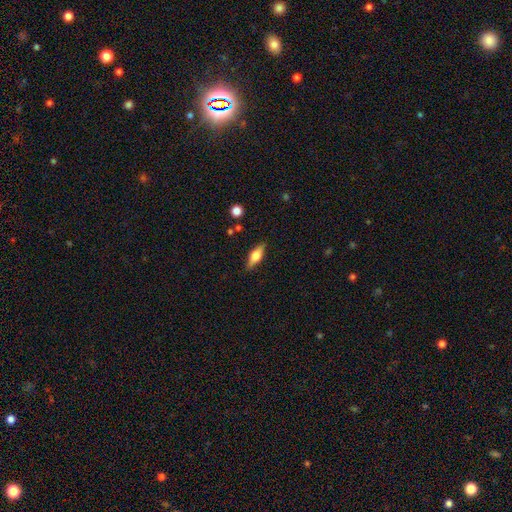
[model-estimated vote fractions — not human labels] Morphology: type=smooth (49%); merging=none (85%).